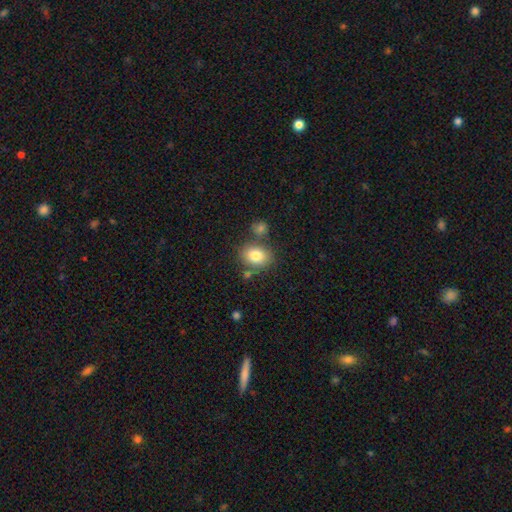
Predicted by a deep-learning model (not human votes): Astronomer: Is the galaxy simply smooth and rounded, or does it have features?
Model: smooth — 81%.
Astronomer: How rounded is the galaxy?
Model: in between — 61% (runner-up: round, 38%).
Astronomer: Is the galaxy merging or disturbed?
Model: none — 68%.